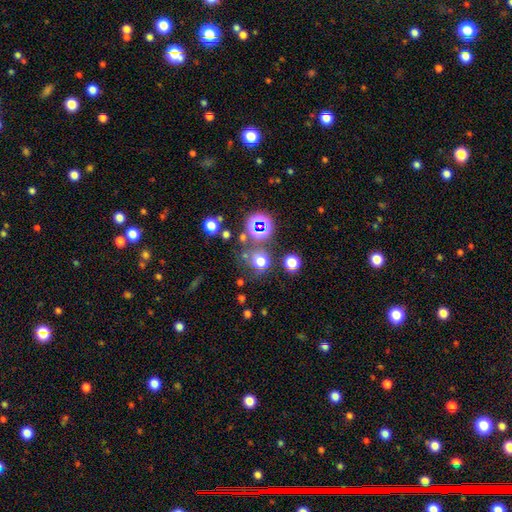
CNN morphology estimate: This is possibly a smooth galaxy (55%). How rounded: clearly round (88%). Merging: likely none (73%).